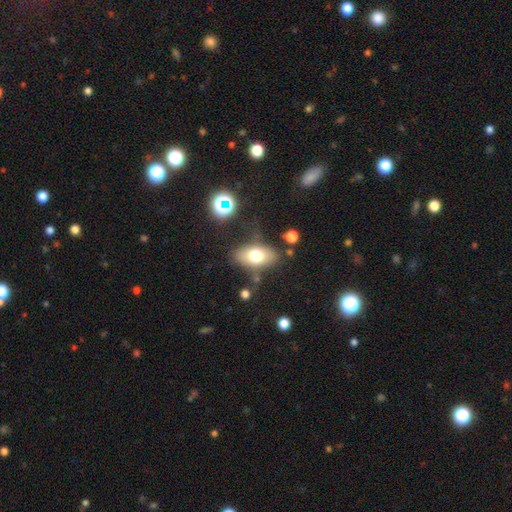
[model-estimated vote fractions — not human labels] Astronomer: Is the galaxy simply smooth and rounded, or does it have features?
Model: smooth — 70%.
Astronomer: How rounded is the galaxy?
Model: in between — 88%.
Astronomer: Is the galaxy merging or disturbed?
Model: none — 75%.